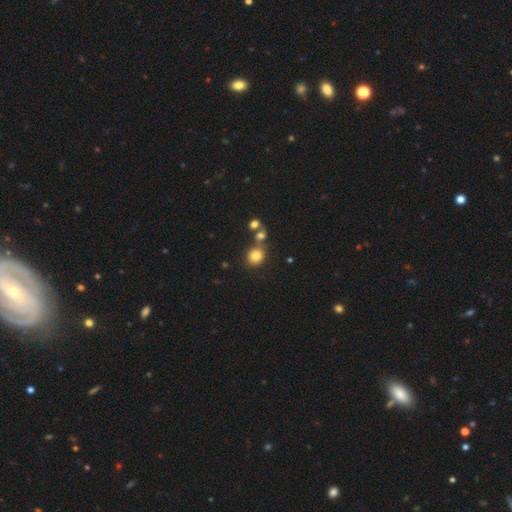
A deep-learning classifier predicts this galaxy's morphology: This appears to be a smooth galaxy with no disk features (82%) that is round (80%). Merging: none (63%).